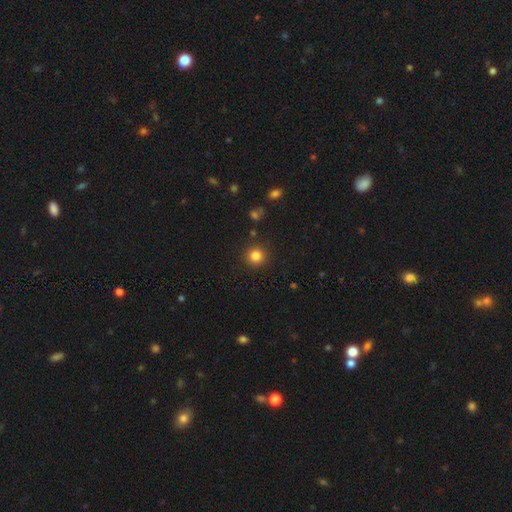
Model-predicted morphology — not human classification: Overall: smooth (83%). How rounded: round (94%). Merging: none (90%).